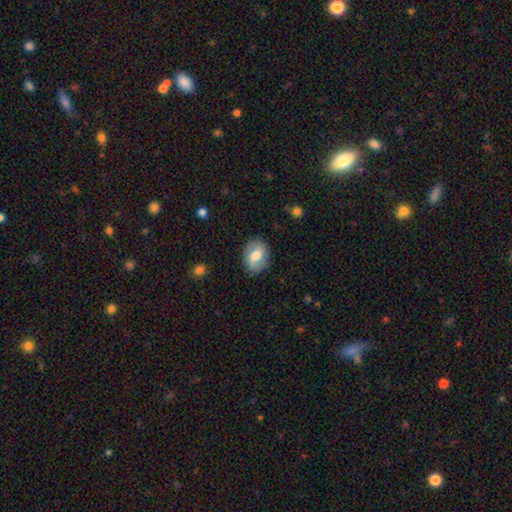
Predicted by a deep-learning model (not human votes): The model was most divided on "smooth or featured": smooth: 52%, featured or disk: 41%, star or artifact: 7%. More confident: merging — none (83%); how rounded — in between (67%).